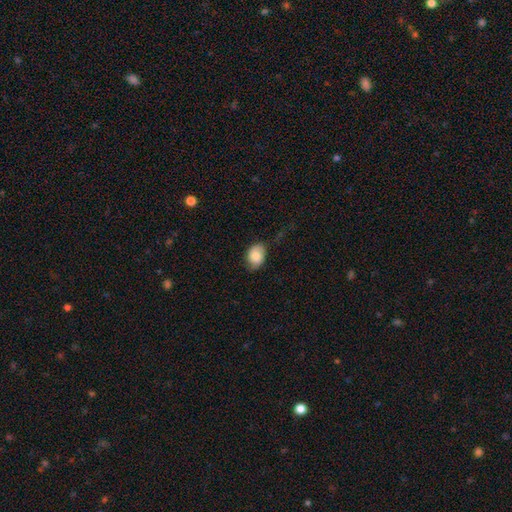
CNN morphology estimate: A smooth galaxy with no disk features (82%) that is in between round and cigar-shaped (70%). Merging: none (69%).